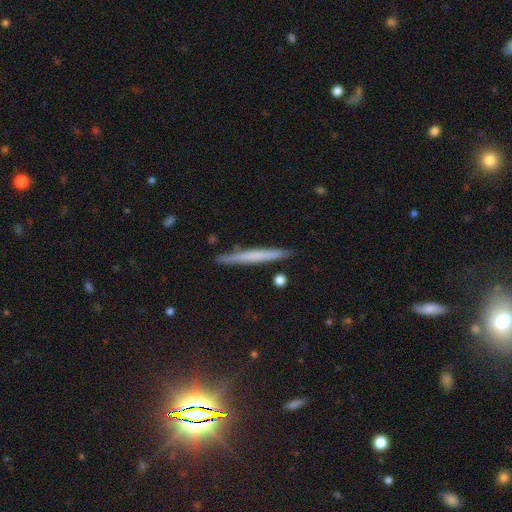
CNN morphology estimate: type=smooth (53%); roundness=cigar-shaped (97%); merging=none (89%).